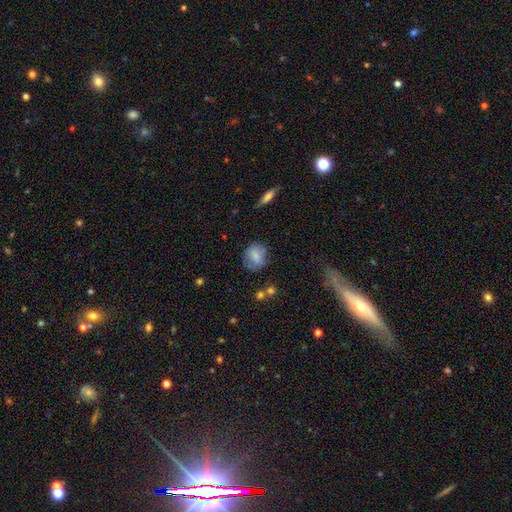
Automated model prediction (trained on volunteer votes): Overall: smooth (69%). How rounded: round (60%; in between 38%). Merging: none (69%).